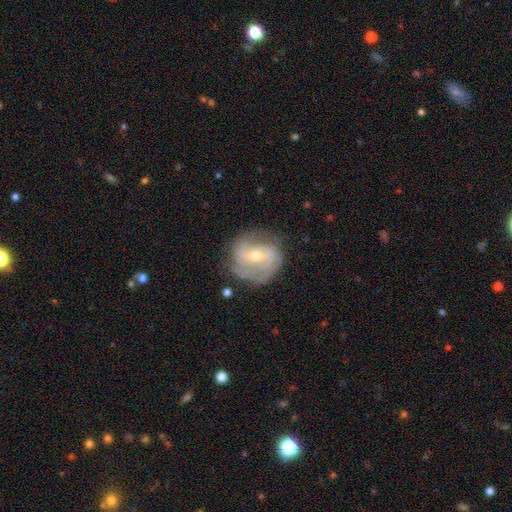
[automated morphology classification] Overall: featured or disk (75%). Edge-on disk: no (97%). Bar: weak (43%; no 35%). Spiral arms: yes (86%). Spiral arm count: 2 (62%). Spiral winding: tight (42%; medium 41%). Bulge size: moderate (51%; small 46%). Merging: none (69%).